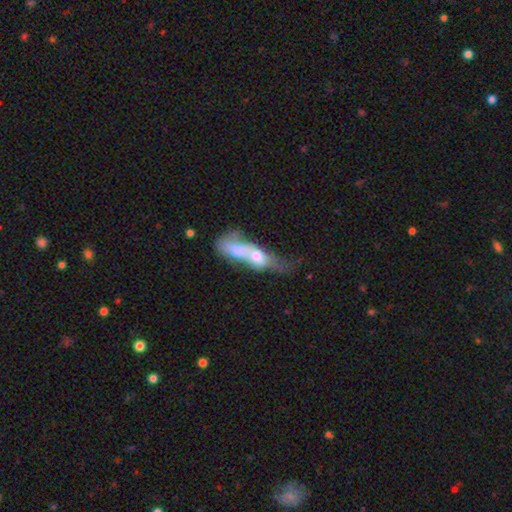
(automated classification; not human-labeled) Morphology: type=smooth (53%); roundness=in between (59%); merging=merger (63%).